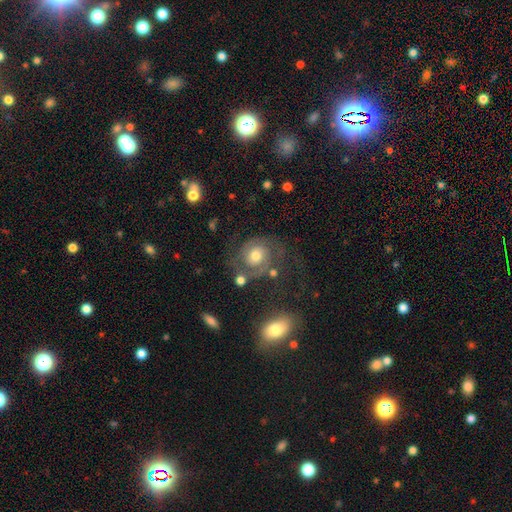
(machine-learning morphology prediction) featured or disk 76%, smooth 15%, star or artifact 9%. Down the decision tree: edge-on disk — no (98%); bar — no (75%); spiral arms — yes (93%); spiral arm count — 2 (81%); spiral winding — tight (48%); bulge size — moderate (69%); merging — none (61%).